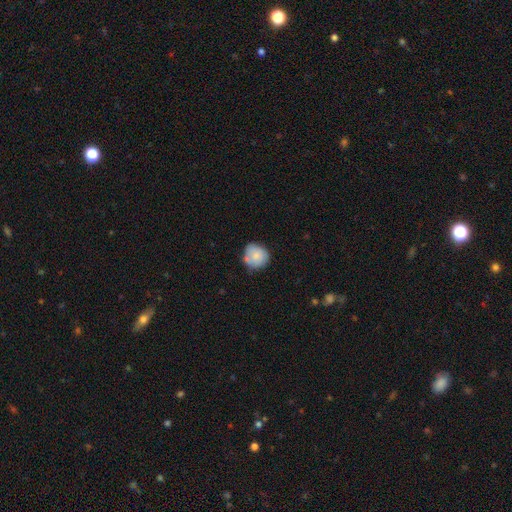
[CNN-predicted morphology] type=smooth (79%); roundness=round (86%); merging=none (65%).